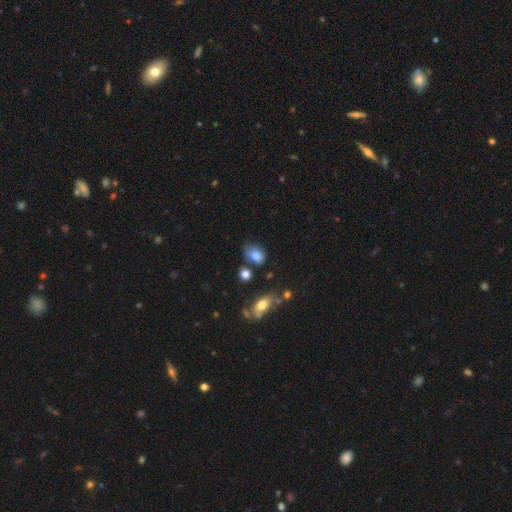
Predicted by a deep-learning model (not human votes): Overall: smooth (82%). How rounded: in between (79%). Merging: none (46%; minor disturbance 33%).